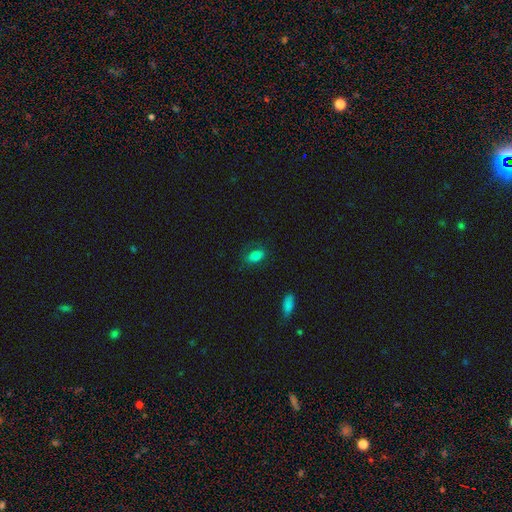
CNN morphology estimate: Smooth or featured? Predicted: smooth (p=0.80). How rounded? Predicted: in between (p=0.85). Merging? Predicted: none (p=0.73).